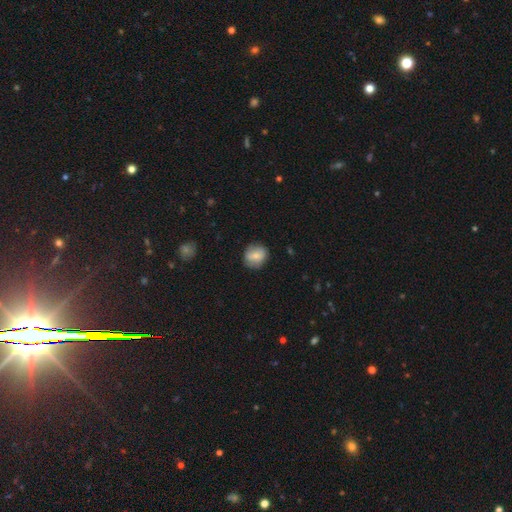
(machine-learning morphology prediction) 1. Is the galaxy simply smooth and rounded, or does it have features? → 70% smooth, 23% featured or disk, 8% star or artifact.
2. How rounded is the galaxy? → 76% round, 23% in between, 1% cigar-shaped.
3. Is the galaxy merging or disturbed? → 78% none, 17% minor disturbance, 4% major disturbance, 1% merger.